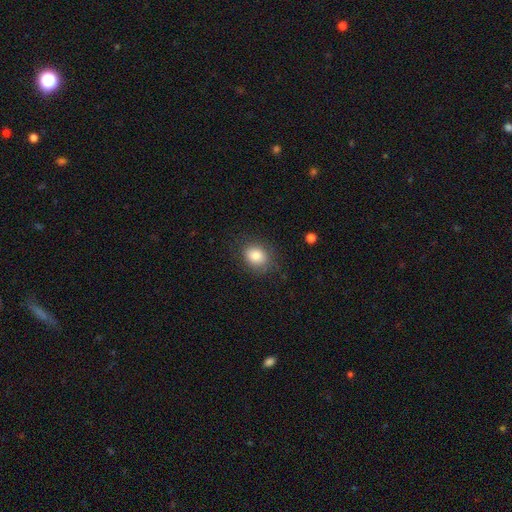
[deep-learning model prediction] A smooth galaxy with no disk features (82%) that is round (53%). Merging: none (81%).